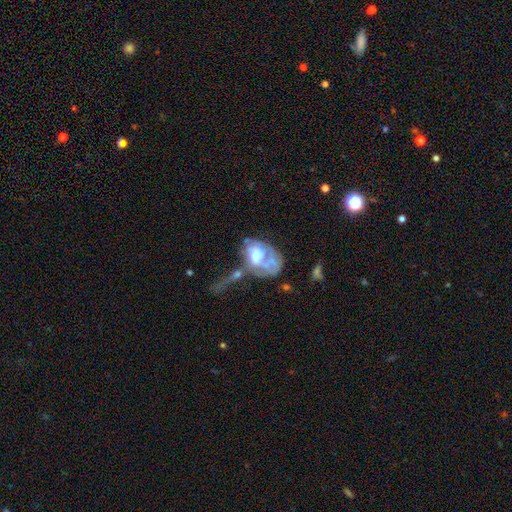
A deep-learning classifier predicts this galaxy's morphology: type=featured or disk (65%); edge-on=no (96%); bar=no (75%); spiral arms=no (50%, tied with yes); bulge=moderate (55%); merging=major disturbance (35%).